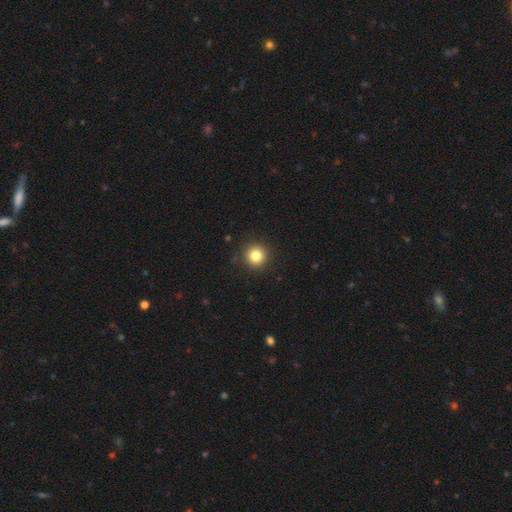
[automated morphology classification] This appears to be a smooth galaxy with no disk features (82%) that is round (94%). Merging: none (91%).